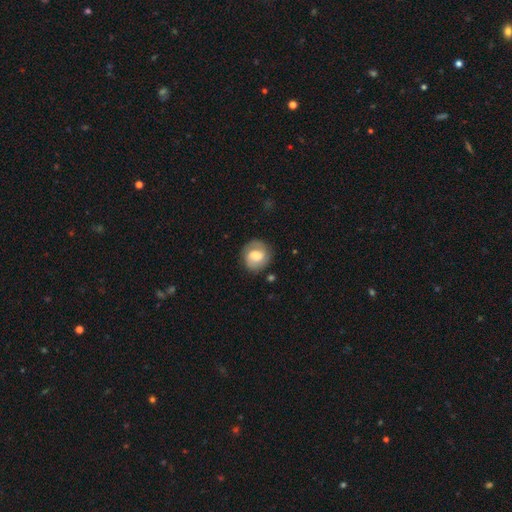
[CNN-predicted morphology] Q: Smooth or featured?
A: featured or disk (47%); runner-up: smooth (46%)
Q: Merging?
A: none (81%); runner-up: minor disturbance (13%)